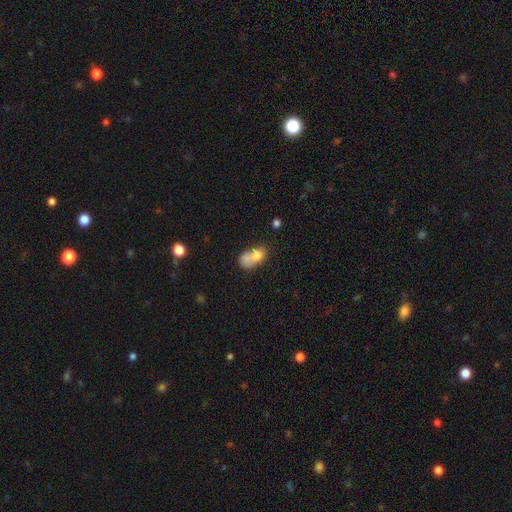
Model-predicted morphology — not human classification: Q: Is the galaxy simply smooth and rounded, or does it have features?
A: smooth — 72%.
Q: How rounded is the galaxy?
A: in between — 64%.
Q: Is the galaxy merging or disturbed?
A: merger — 60%.